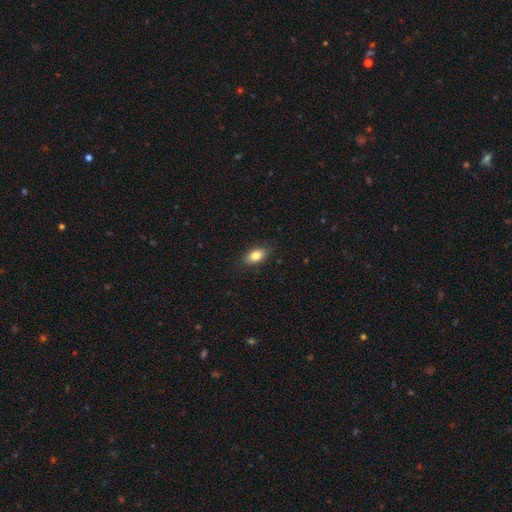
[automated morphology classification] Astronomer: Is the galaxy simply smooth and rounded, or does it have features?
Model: smooth — 81%.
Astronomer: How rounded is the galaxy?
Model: in between — 88%.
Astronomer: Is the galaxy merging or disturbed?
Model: none — 86%.